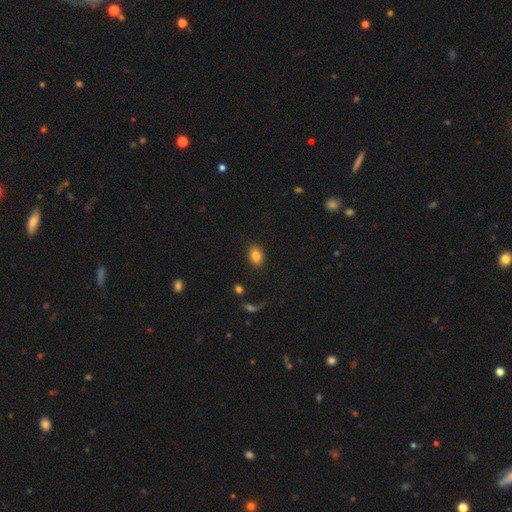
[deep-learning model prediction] Smooth or featured? smooth (84%)
How rounded? in between (79%)
Merging? none (87%)